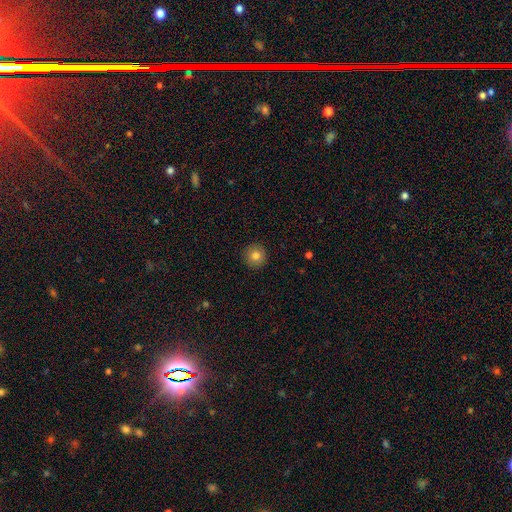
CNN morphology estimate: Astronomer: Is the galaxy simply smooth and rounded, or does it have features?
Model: smooth — 80%.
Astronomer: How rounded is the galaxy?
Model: round — 95%.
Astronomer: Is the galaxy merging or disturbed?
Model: none — 92%.